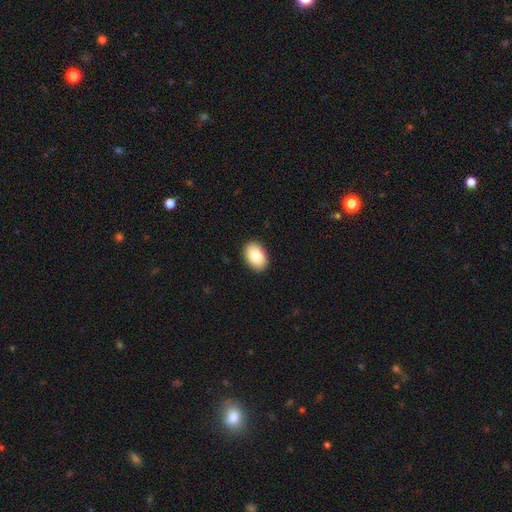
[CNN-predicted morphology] smooth_or_featured: smooth (p=0.83) [alt: featured or disk p=0.10]
how_rounded: in between (p=0.85) [alt: round p=0.14]
merging: none (p=0.90) [alt: minor disturbance p=0.07]